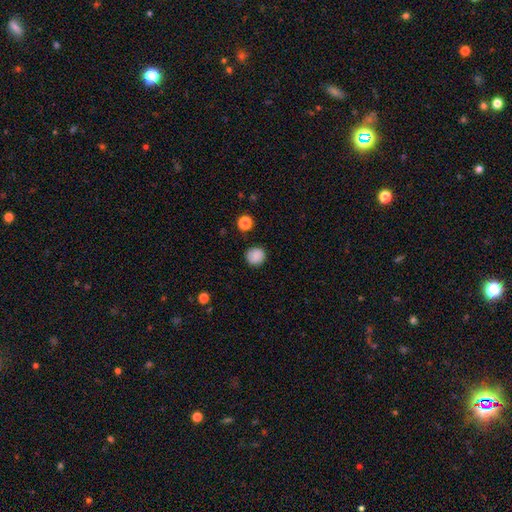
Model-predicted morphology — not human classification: Smooth or featured?
  - smooth: 87% *
  - star or artifact: 10%
  - featured or disk: 3%
How rounded?
  - round: 93% *
  - in between: 7%
  - cigar-shaped: 1%
Merging?
  - none: 89% *
  - minor disturbance: 8%
  - major disturbance: 2%
  - merger: 1%